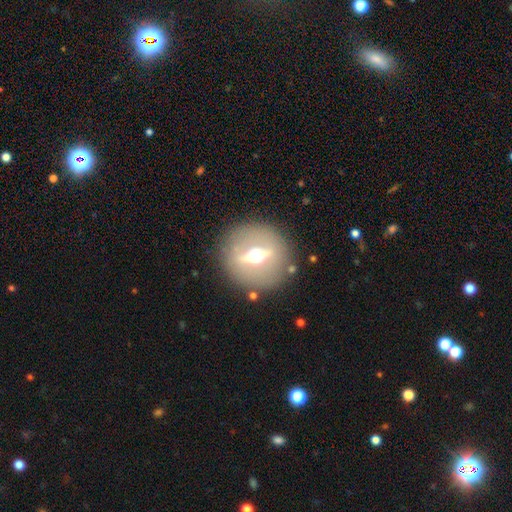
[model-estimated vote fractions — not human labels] featured or disk 73%, smooth 20%, star or artifact 7%. Down the decision tree: edge-on disk — yes (51%); merging — none (86%).